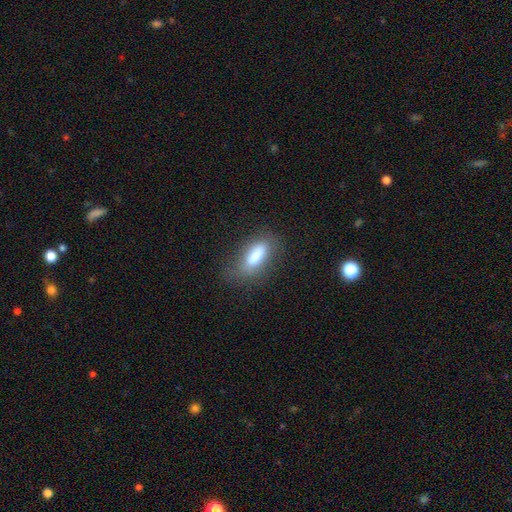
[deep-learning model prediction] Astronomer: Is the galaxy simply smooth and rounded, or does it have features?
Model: smooth — 78%.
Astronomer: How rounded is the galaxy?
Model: in between — 66%.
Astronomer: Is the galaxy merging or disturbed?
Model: none — 68%.